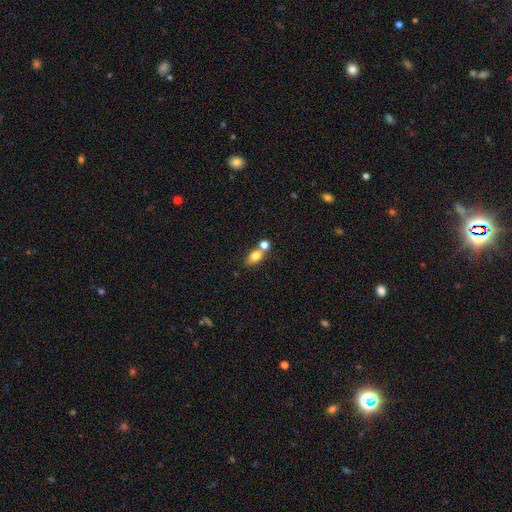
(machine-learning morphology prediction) smooth-or-featured: smooth: 79% | featured or disk: 12% | star or artifact: 10%
  how-rounded: in between: 73% | round: 24% | cigar-shaped: 3%
  merging: none: 46% | merger: 41% | minor disturbance: 10% | major disturbance: 4%